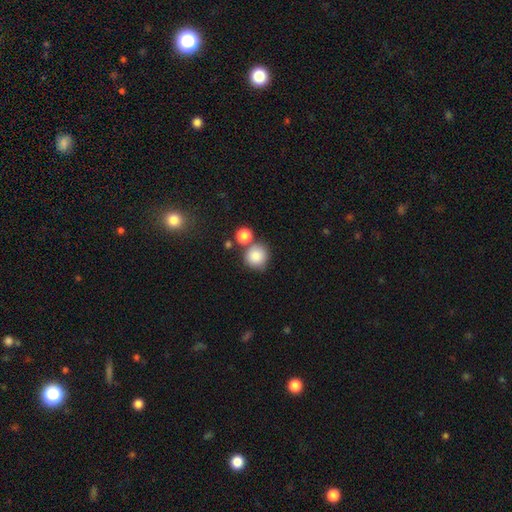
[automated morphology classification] smooth 85%, star or artifact 9%, featured or disk 6%. Down the decision tree: how rounded — round (91%); merging — none (66%).